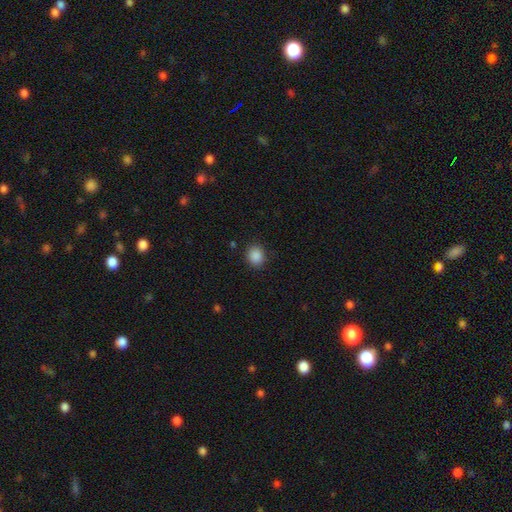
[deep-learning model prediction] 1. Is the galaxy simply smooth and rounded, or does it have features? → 88% smooth, 10% star or artifact, 3% featured or disk.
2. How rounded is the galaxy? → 73% round, 26% in between, 1% cigar-shaped.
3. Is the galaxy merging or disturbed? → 88% none, 8% minor disturbance, 3% major disturbance, 1% merger.